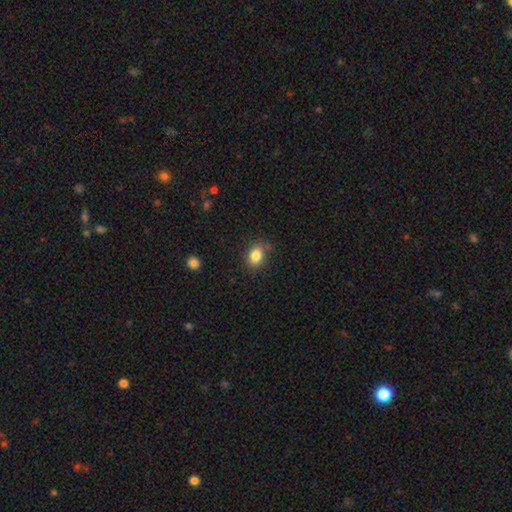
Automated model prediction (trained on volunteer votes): smooth 84%, star or artifact 10%, featured or disk 6%. Down the decision tree: how rounded — in between (62%); merging — none (79%).